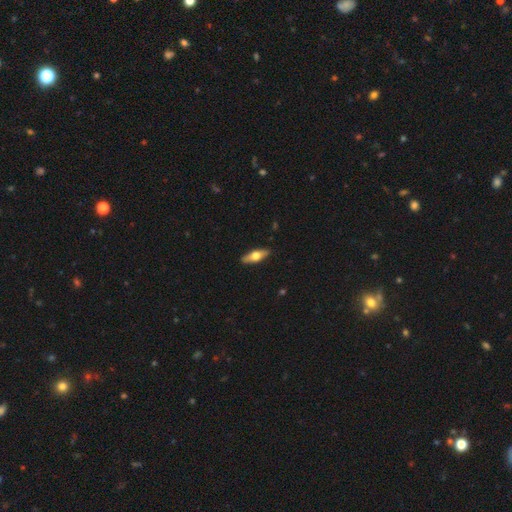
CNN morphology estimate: Smooth or featured? Predicted: smooth (p=0.50). How rounded? Predicted: in between (p=0.53). Merging? Predicted: none (p=0.90).